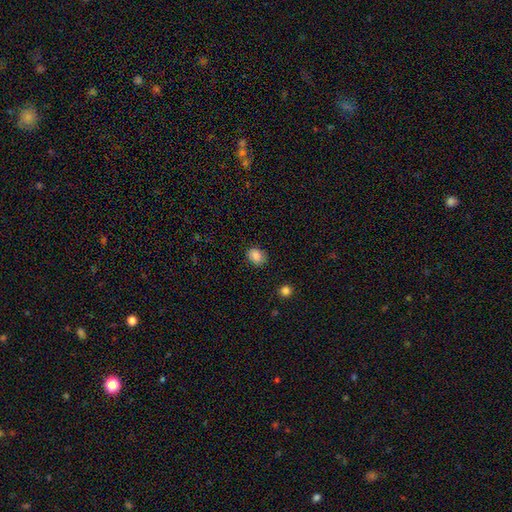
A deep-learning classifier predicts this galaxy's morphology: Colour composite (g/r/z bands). It shows a smooth galaxy with no disk features (87%) that is in between round and cigar-shaped (54%). Merging: none (86%).